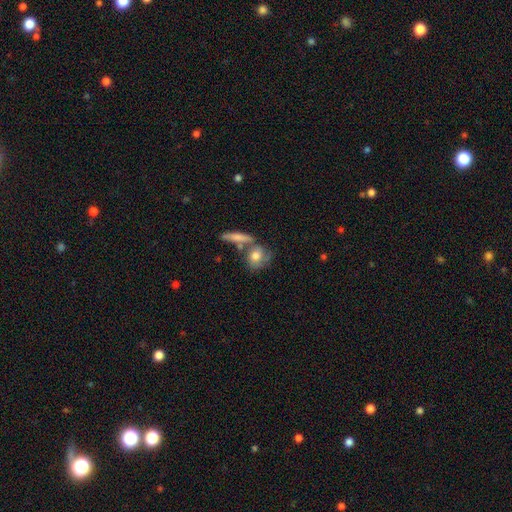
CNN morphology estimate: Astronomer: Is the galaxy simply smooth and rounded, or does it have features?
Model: smooth — 61%.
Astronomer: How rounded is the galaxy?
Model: in between — 47% (runner-up: round, 43%).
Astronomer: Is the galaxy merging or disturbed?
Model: none — 44% (runner-up: merger, 32%).